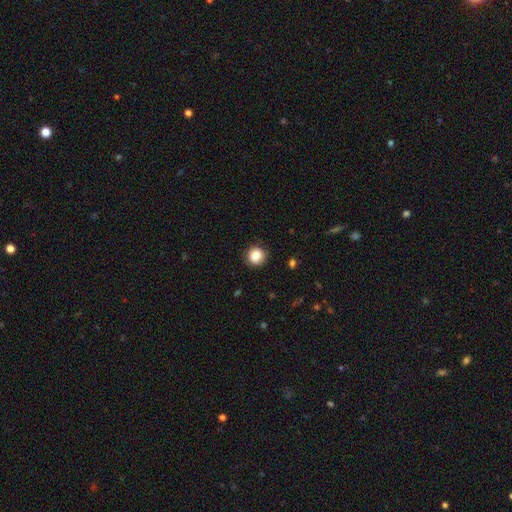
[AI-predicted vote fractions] A smooth galaxy with no disk features (86%) that is round (92%).

Vote fractions:
- Smooth or featured? smooth: 86% / star or artifact: 10% / featured or disk: 4%
- How rounded? round: 92% / in between: 7% / cigar-shaped: 1%
- Merging? none: 89% / minor disturbance: 8% / major disturbance: 2% / merger: 1%